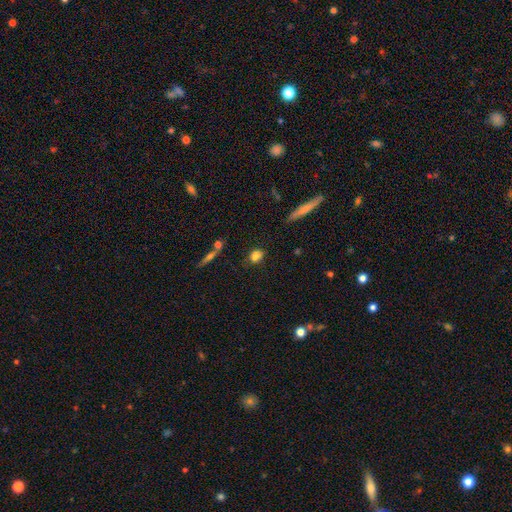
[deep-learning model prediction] smooth_or_featured: smooth (p=0.81) [alt: star or artifact p=0.11]
how_rounded: in between (p=0.57) [alt: round p=0.37]
merging: none (p=0.76) [alt: minor disturbance p=0.14]